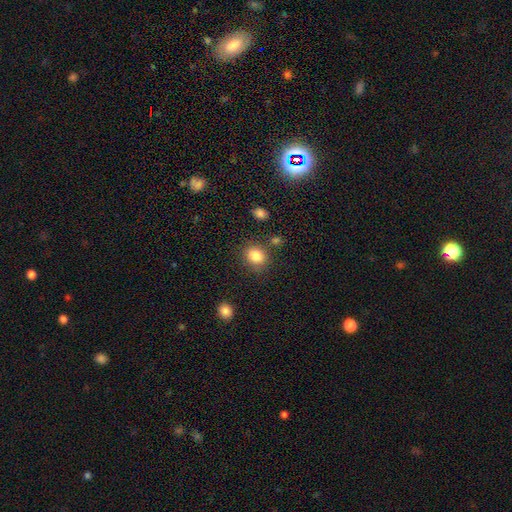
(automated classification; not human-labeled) Smooth or featured? Predicted: smooth (p=0.85). How rounded? Predicted: round (p=0.50). Merging? Predicted: none (p=0.77).